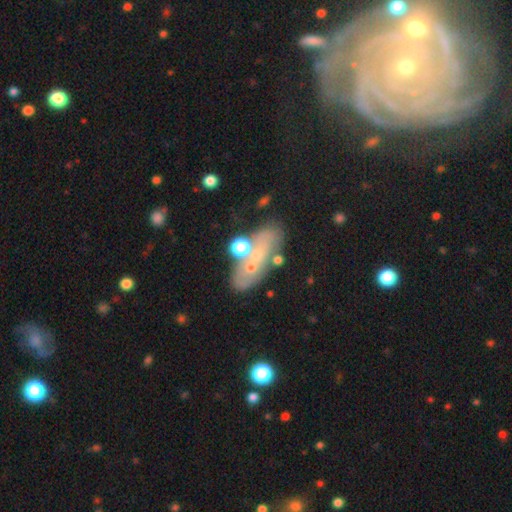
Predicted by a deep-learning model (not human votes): Smooth or featured? Predicted: featured or disk (p=0.46). Merging? Predicted: none (p=0.51).